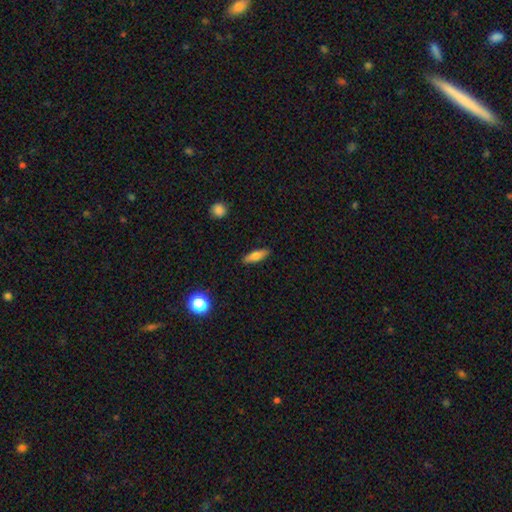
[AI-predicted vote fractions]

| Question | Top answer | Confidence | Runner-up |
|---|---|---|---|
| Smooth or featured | smooth | 69% | featured or disk (24%) |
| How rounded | cigar-shaped | 55% | in between (42%) |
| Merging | none | 88% | minor disturbance (9%) |